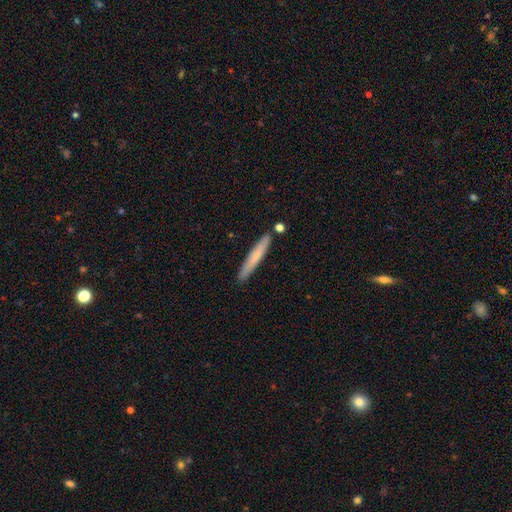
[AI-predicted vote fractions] This appears to be a smooth galaxy with no disk features (67%) that is cigar-shaped (95%). Merging: none (85%).